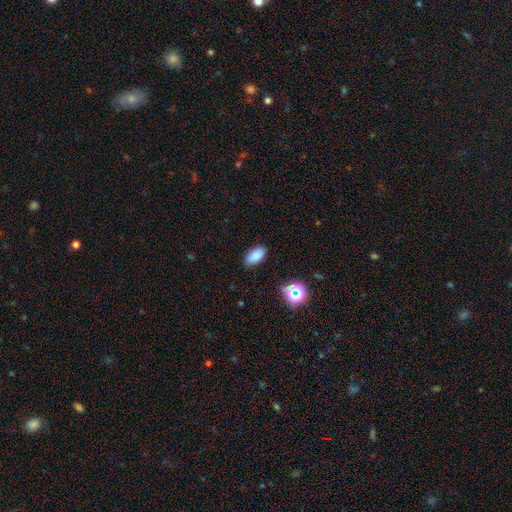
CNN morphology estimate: type=smooth (84%); roundness=in between (93%); merging=none (87%).